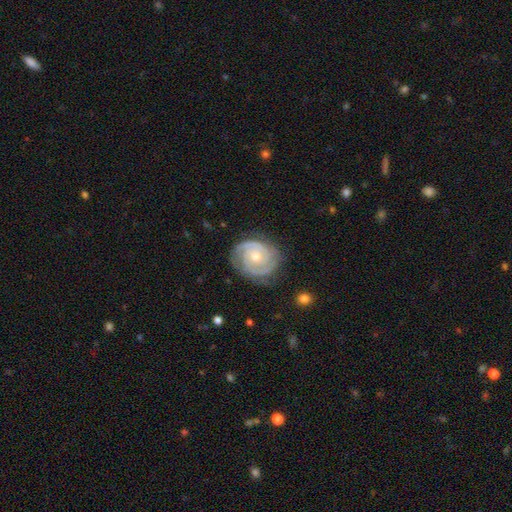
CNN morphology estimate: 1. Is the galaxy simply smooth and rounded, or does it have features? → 87% featured or disk, 9% smooth, 4% star or artifact.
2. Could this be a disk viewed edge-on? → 98% no, 2% yes.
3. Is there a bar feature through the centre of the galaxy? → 72% no, 24% weak, 5% strong.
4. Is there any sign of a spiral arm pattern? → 96% yes, 4% no.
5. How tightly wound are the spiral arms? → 71% tight, 25% medium, 5% loose.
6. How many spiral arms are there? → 53% 2, 22% 3, 14% can't tell, 4% 4, 4% 1, 3% more than 4.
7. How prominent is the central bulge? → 53% moderate, 43% small, 2% large, 1% none, 1% dominant.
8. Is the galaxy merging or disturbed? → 77% none, 17% minor disturbance, 5% major disturbance, 1% merger.